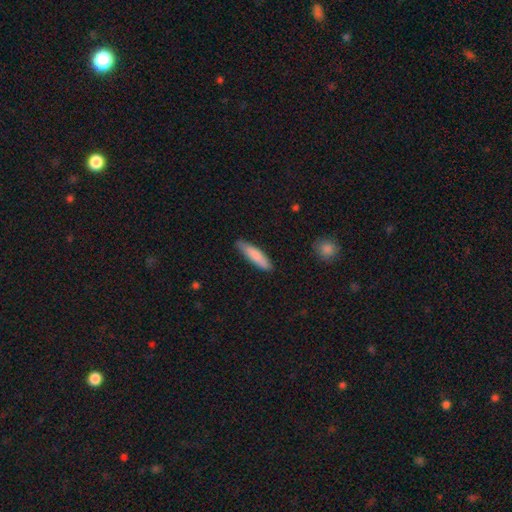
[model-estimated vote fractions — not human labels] This is clearly a smooth galaxy (82%). How rounded: likely cigar-shaped (74%). Merging: clearly none (82%).